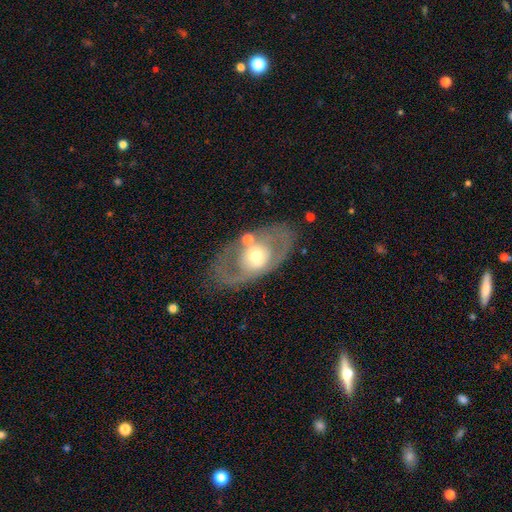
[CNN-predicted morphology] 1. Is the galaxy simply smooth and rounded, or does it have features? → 64% featured or disk, 30% smooth, 6% star or artifact.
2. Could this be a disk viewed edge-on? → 88% no, 12% yes.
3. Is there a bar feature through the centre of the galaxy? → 79% no, 15% weak, 6% strong.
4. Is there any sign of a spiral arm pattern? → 76% no, 24% yes.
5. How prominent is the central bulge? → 65% moderate, 20% small, 13% large, 2% dominant, 1% none.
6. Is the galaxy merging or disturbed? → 71% none, 14% minor disturbance, 9% major disturbance, 6% merger.